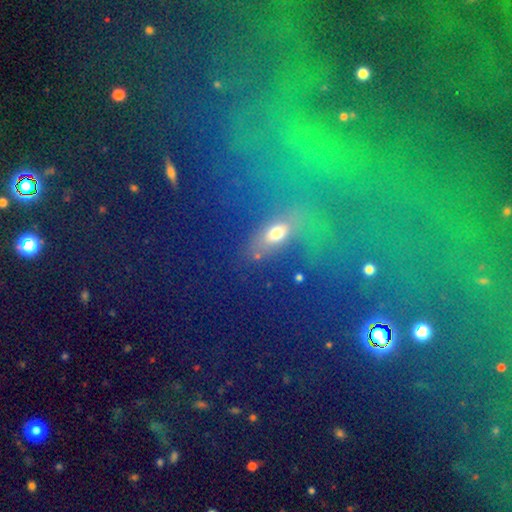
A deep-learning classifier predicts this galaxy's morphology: smooth-or-featured: star or artifact: 45% | smooth: 35% | featured or disk: 20%